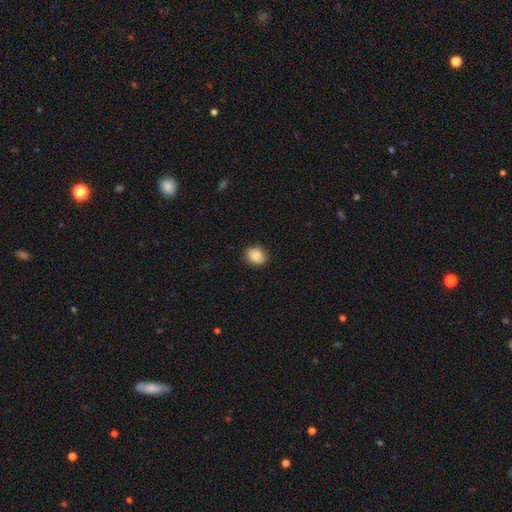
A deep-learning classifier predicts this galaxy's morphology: smooth_or_featured: smooth (p=0.87) [alt: star or artifact p=0.08]
how_rounded: round (p=0.62) [alt: in between p=0.37]
merging: none (p=0.87) [alt: minor disturbance p=0.10]